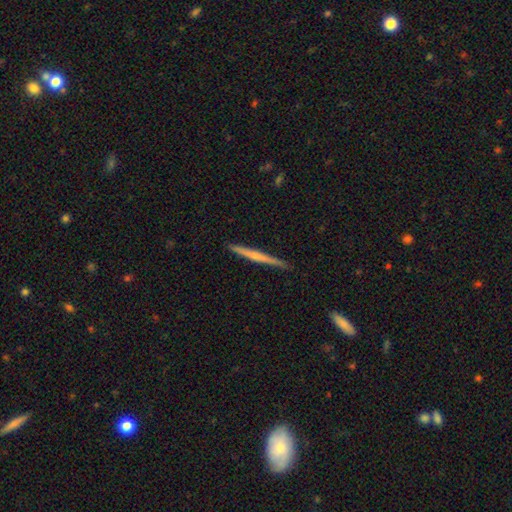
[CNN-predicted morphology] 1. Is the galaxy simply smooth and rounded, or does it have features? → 58% featured or disk, 37% smooth, 5% star or artifact.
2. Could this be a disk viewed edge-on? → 98% yes, 2% no.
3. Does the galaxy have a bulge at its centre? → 51% rounded, 43% none, 6% boxy.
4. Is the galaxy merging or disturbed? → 90% none, 7% minor disturbance, 1% major disturbance, 1% merger.